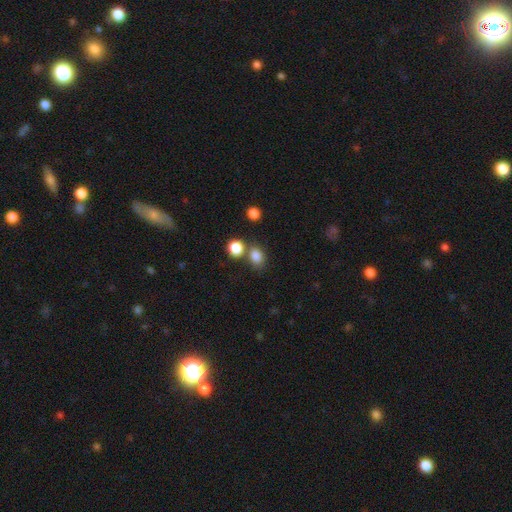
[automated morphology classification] Smooth or featured?
  - smooth: 83% *
  - star or artifact: 12%
  - featured or disk: 5%
How rounded?
  - round: 54% *
  - in between: 45%
  - cigar-shaped: 1%
Merging?
  - none: 63% *
  - merger: 23%
  - minor disturbance: 11%
  - major disturbance: 4%